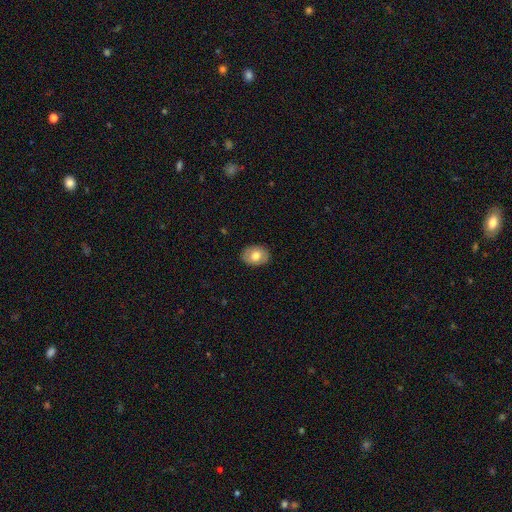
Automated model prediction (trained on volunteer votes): Morphology: type=smooth (68%); roundness=in between (68%); merging=none (86%).